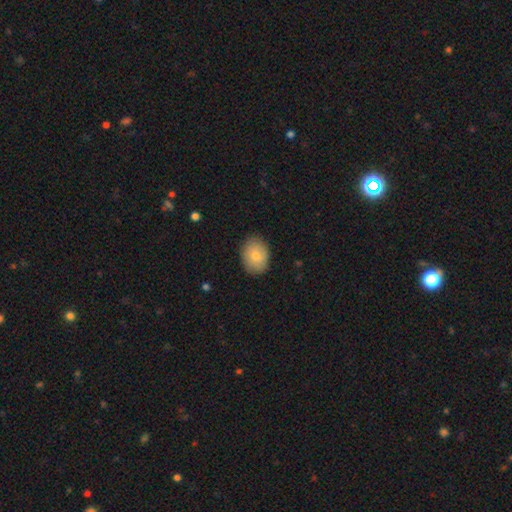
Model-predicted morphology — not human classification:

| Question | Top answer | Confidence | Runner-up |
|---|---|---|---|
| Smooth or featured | smooth | 79% | featured or disk (15%) |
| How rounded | in between | 66% | round (33%) |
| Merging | none | 85% | minor disturbance (12%) |